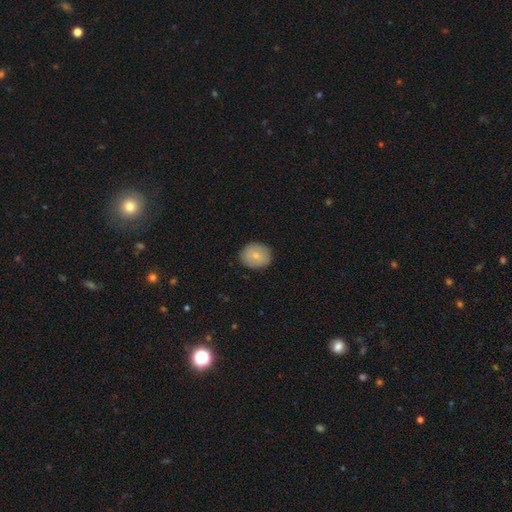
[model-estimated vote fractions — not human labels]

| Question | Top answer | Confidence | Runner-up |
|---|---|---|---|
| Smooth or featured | smooth | 78% | featured or disk (15%) |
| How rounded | round | 66% | in between (33%) |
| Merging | none | 87% | minor disturbance (10%) |